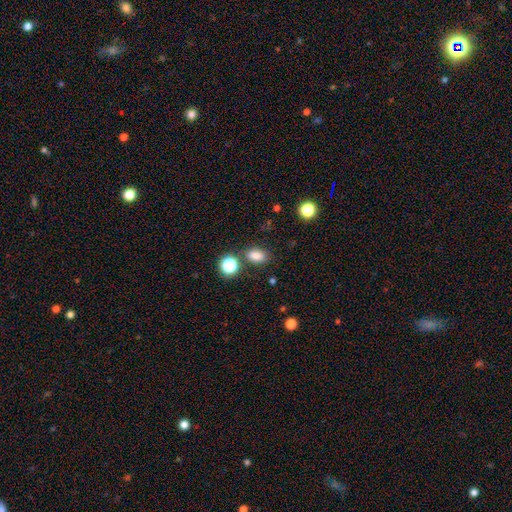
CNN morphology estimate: A smooth galaxy with no disk features (81%) that is in between round and cigar-shaped (79%).

Vote fractions:
- Smooth or featured? smooth: 81% / star or artifact: 13% / featured or disk: 5%
- How rounded? in between: 79% / round: 19% / cigar-shaped: 2%
- Merging? none: 77% / minor disturbance: 11% / merger: 9% / major disturbance: 4%